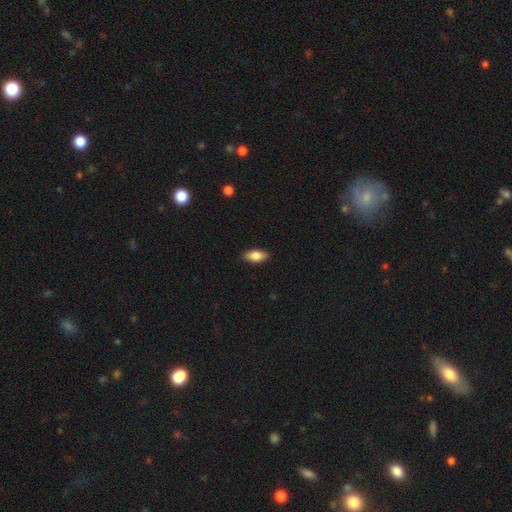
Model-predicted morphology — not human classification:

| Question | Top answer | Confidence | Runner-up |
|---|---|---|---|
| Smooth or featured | smooth | 83% | featured or disk (10%) |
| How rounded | in between | 87% | cigar-shaped (10%) |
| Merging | none | 88% | minor disturbance (9%) |